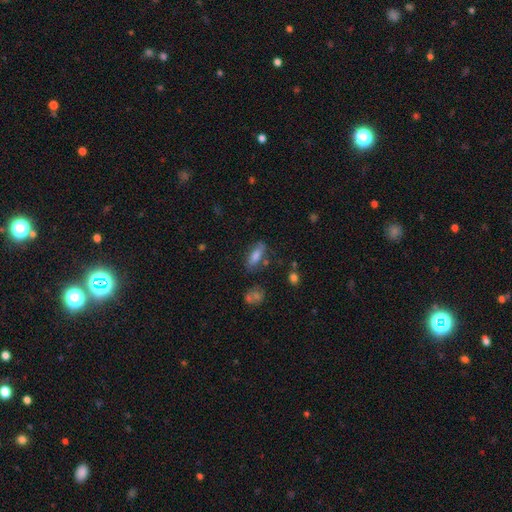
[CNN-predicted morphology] A smooth galaxy with no disk features (73%) that is in between round and cigar-shaped (70%).

Vote fractions:
- Smooth or featured? smooth: 73% / featured or disk: 18% / star or artifact: 9%
- How rounded? in between: 70% / cigar-shaped: 27% / round: 3%
- Merging? none: 68% / minor disturbance: 19% / major disturbance: 6% / merger: 6%